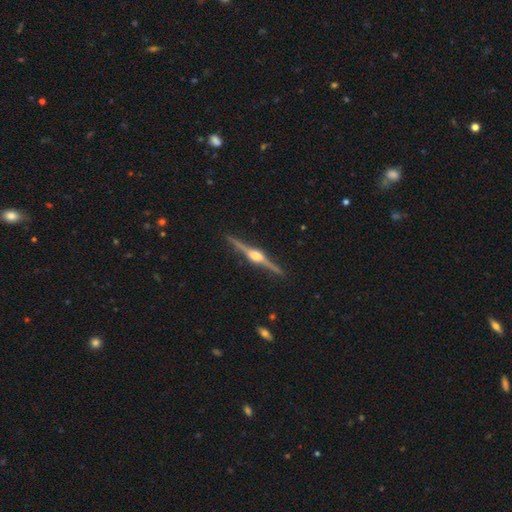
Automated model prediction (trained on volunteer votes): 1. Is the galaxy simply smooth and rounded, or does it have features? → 88% featured or disk, 7% smooth, 5% star or artifact.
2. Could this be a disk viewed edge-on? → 99% yes, 1% no.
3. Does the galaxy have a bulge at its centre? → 95% rounded, 4% boxy, 1% none.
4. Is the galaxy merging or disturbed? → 92% none, 6% minor disturbance, 1% major disturbance, 1% merger.